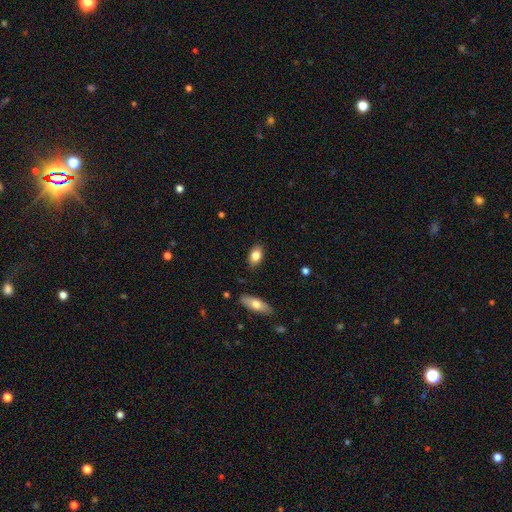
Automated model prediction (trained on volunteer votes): smooth 80%, featured or disk 13%, star or artifact 7%. Down the decision tree: how rounded — in between (87%); merging — none (85%).